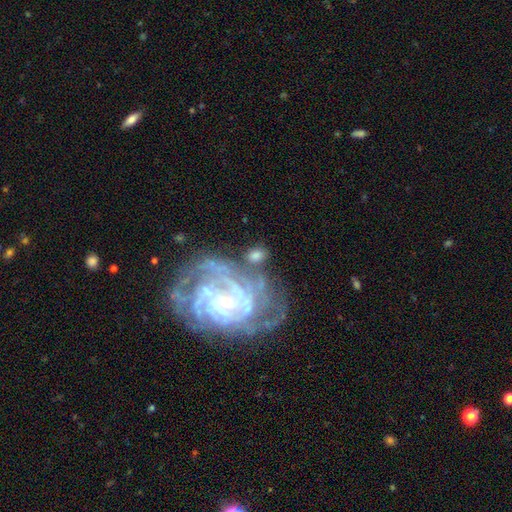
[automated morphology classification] Smooth or featured: featured or disk — 49% (smooth — 41%)
Merging: none — 64% (minor disturbance — 17%)